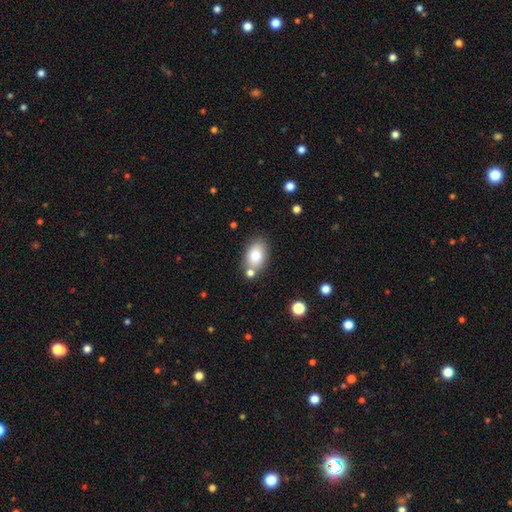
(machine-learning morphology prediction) smooth 78%, featured or disk 13%, star or artifact 9%. Down the decision tree: how rounded — in between (86%); merging — none (71%).